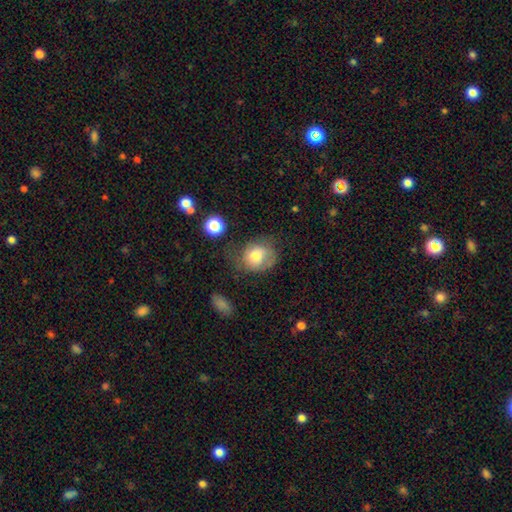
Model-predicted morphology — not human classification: This appears to be a smooth galaxy with no disk features (66%) that is round (63%). Merging: none (48%).